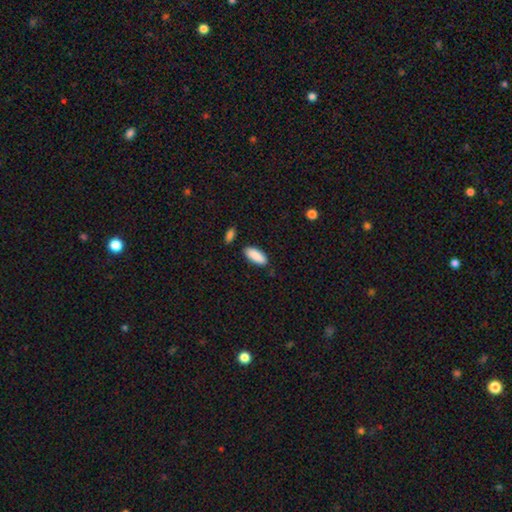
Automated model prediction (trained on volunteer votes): Smooth or featured: smooth — 90% (star or artifact — 6%)
How rounded: in between — 81% (cigar-shaped — 18%)
Merging: none — 83% (minor disturbance — 11%)